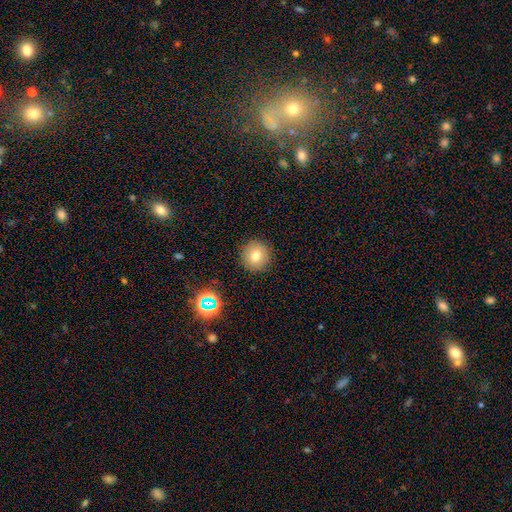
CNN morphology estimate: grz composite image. It shows a smooth galaxy with no disk features (74%) that is round (95%). Merging: none (90%).